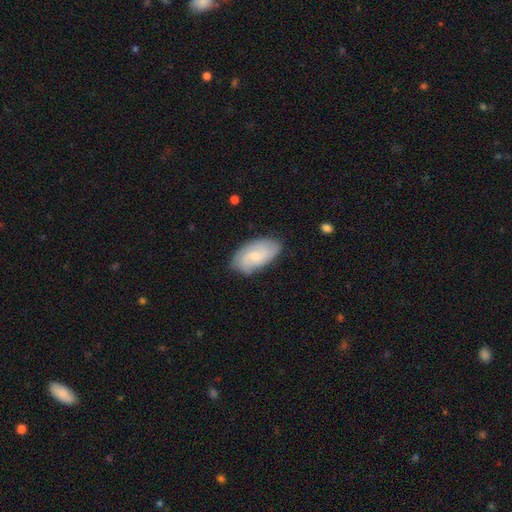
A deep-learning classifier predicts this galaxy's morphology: Smooth or featured?
  - featured or disk: 52% *
  - smooth: 42%
  - star or artifact: 7%
Edge-on disk?
  - no: 95% *
  - yes: 5%
Merging?
  - none: 77% *
  - minor disturbance: 18%
  - major disturbance: 4%
  - merger: 1%